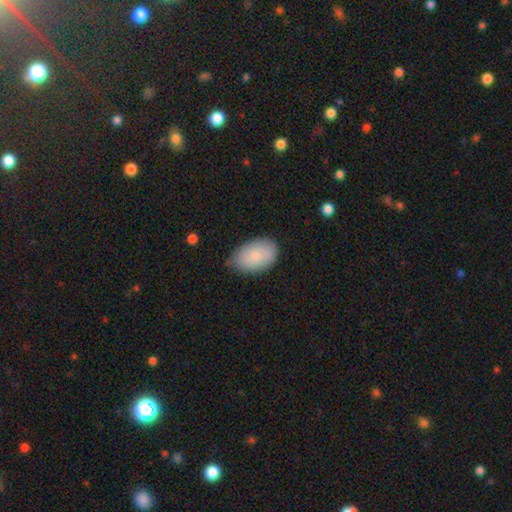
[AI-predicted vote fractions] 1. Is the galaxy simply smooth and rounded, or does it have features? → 84% smooth, 10% featured or disk, 6% star or artifact.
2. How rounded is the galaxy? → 92% in between, 7% round, 1% cigar-shaped.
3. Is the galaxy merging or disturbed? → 70% none, 24% minor disturbance, 4% major disturbance, 1% merger.